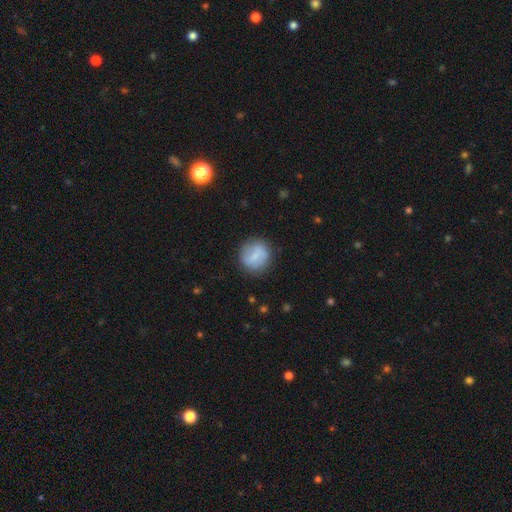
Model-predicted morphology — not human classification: Q: Smooth or featured?
A: smooth (65%); runner-up: featured or disk (28%)
Q: How rounded?
A: round (86%); runner-up: in between (13%)
Q: Merging?
A: none (81%); runner-up: minor disturbance (13%)